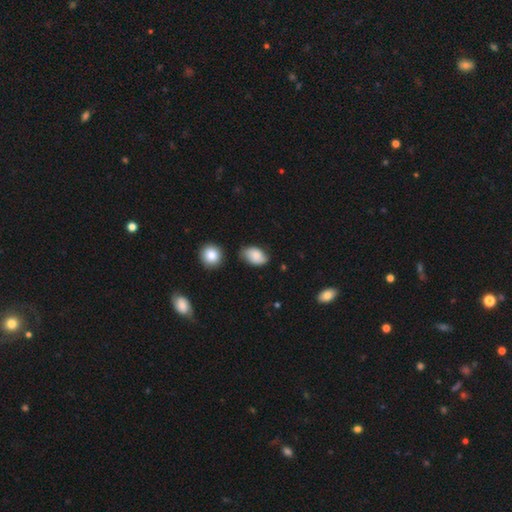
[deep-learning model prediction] Smooth or featured? Predicted: smooth (p=0.77). How rounded? Predicted: in between (p=0.87). Merging? Predicted: none (p=0.65).